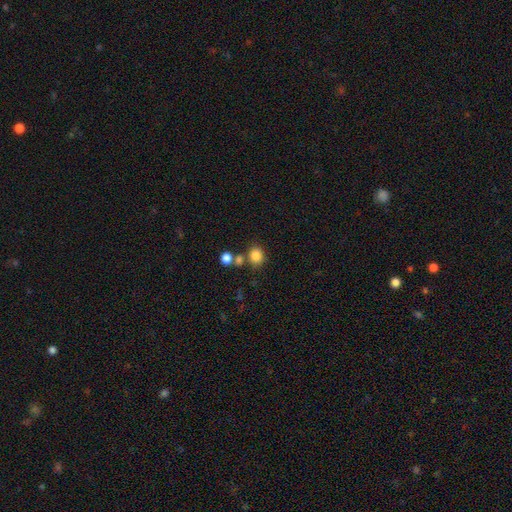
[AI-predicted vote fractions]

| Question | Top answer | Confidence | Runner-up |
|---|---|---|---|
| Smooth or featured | smooth | 82% | star or artifact (12%) |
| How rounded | round | 67% | in between (32%) |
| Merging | none | 68% | merger (17%) |